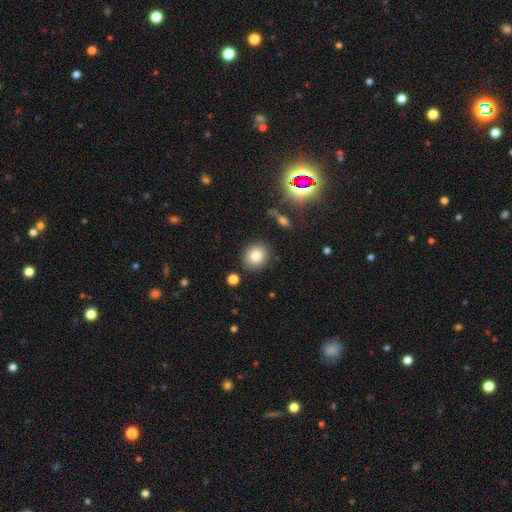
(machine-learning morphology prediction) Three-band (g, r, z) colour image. It shows a smooth galaxy with no disk features (80%) that is round (80%). Merging: none (87%).